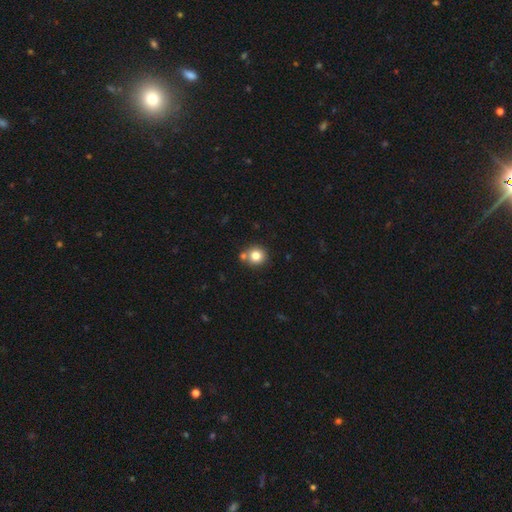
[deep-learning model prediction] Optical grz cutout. It shows a smooth galaxy with no disk features (81%) that is round (90%). Merging: none (71%).